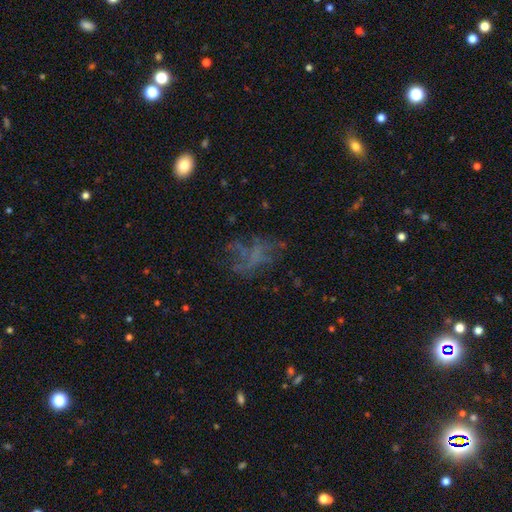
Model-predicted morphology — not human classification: This appears to be a featured or disk galaxy (48%). Merging: none (48%).